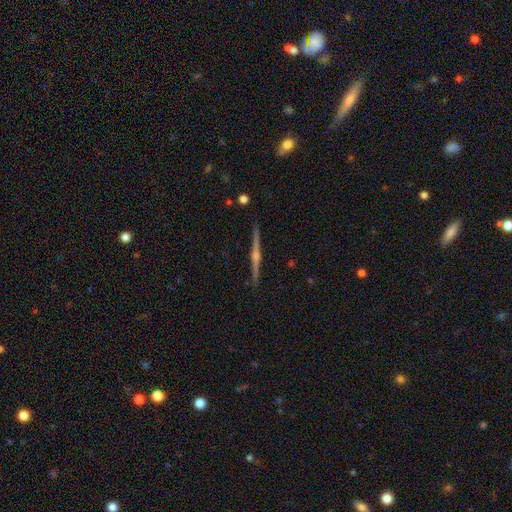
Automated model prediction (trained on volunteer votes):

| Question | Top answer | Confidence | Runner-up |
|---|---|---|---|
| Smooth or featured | featured or disk | 78% | smooth (14%) |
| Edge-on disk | yes | 97% | no (3%) |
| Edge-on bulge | rounded | 82% | none (11%) |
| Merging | none | 89% | minor disturbance (8%) |